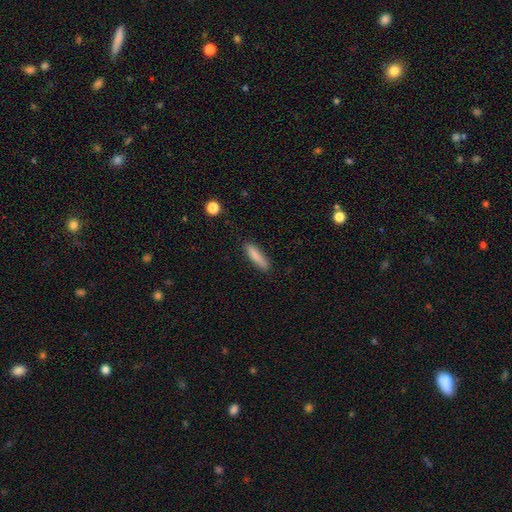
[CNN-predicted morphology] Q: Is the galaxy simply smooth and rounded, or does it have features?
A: smooth — 83%.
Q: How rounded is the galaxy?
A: cigar-shaped — 81%.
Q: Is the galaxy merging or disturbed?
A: none — 85%.